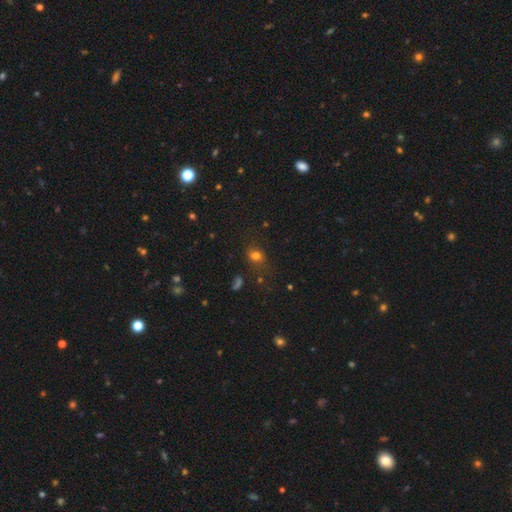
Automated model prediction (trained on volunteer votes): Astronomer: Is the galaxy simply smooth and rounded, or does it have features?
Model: smooth — 74%.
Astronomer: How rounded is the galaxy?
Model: round — 51% (runner-up: in between, 47%).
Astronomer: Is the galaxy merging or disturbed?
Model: none — 72%.